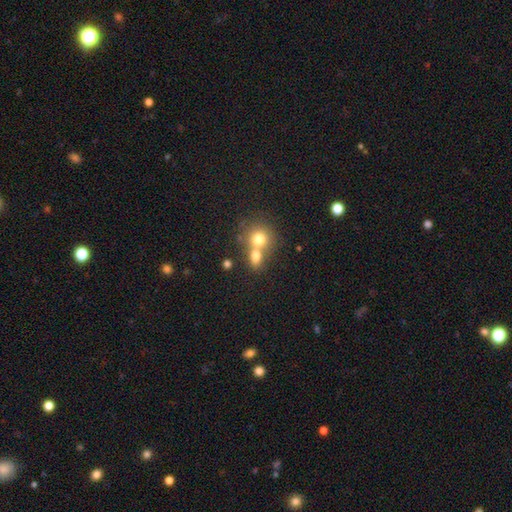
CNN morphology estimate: This is likely a smooth galaxy (75%). How rounded: possibly round (60%). Merging: possibly merger (59%).